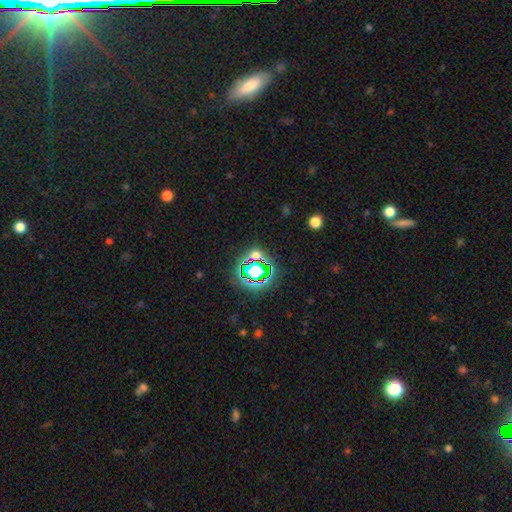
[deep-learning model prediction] A star or artifact, not a galaxy (67%).

Vote fractions:
- Smooth or featured? star or artifact: 67% / smooth: 23% / featured or disk: 10%